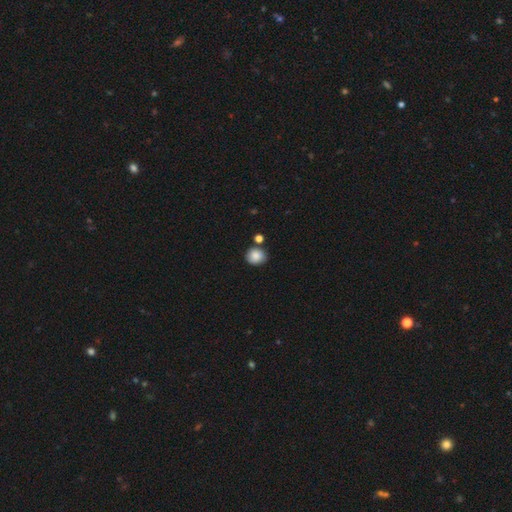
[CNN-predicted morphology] Smooth or featured?
  - smooth: 86% *
  - star or artifact: 9%
  - featured or disk: 6%
How rounded?
  - round: 77% *
  - in between: 22%
  - cigar-shaped: 1%
Merging?
  - none: 74% *
  - minor disturbance: 13%
  - merger: 10%
  - major disturbance: 3%